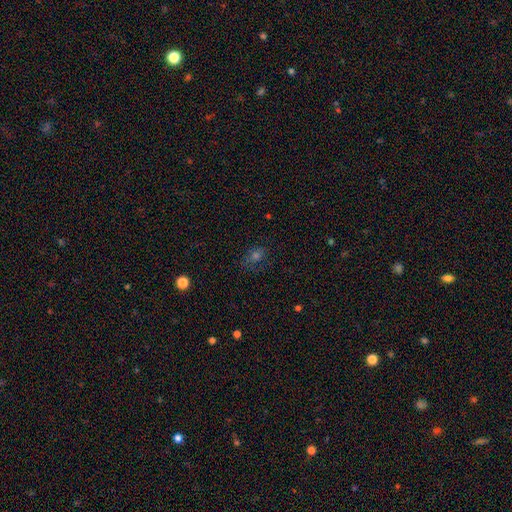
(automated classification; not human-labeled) This appears to be a smooth galaxy with no disk features (49%). Merging: none (66%).